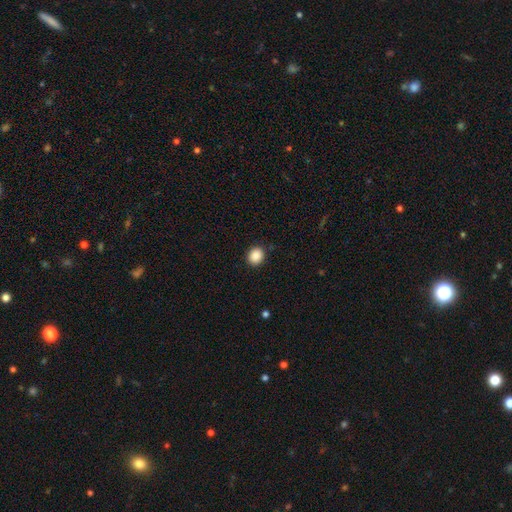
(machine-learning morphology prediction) Smooth or featured? smooth (89%)
How rounded? round (74%)
Merging? none (89%)